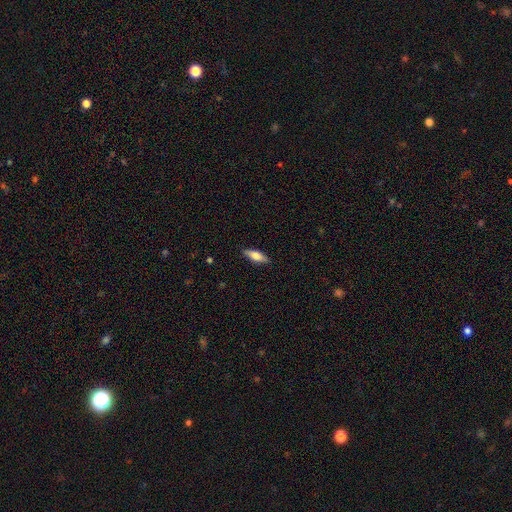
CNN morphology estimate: A smooth galaxy with no disk features (64%) that is in between round and cigar-shaped (56%).

Vote fractions:
- Smooth or featured? smooth: 64% / featured or disk: 29% / star or artifact: 6%
- How rounded? in between: 56% / cigar-shaped: 41% / round: 2%
- Merging? none: 87% / minor disturbance: 10% / major disturbance: 2% / merger: 1%